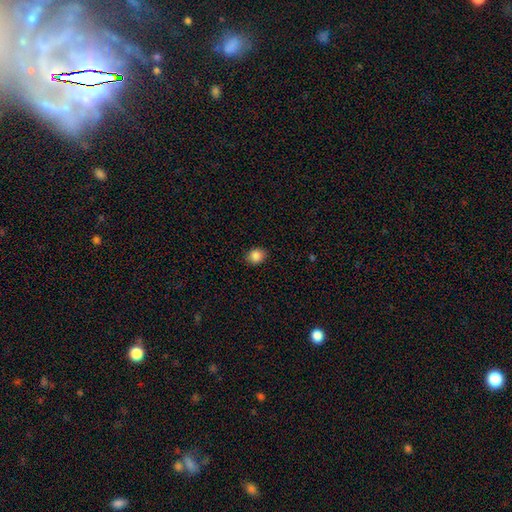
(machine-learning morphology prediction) A smooth galaxy with no disk features (87%) that is round (63%). Merging: none (88%).